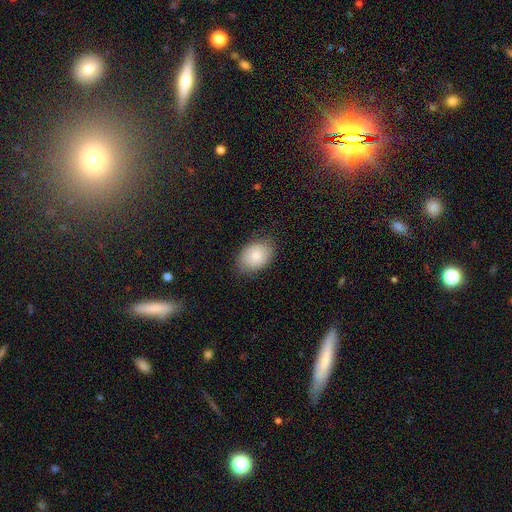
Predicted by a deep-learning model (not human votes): Q: Smooth or featured?
A: smooth (84%); runner-up: featured or disk (10%)
Q: How rounded?
A: in between (81%); runner-up: round (18%)
Q: Merging?
A: none (81%); runner-up: minor disturbance (15%)